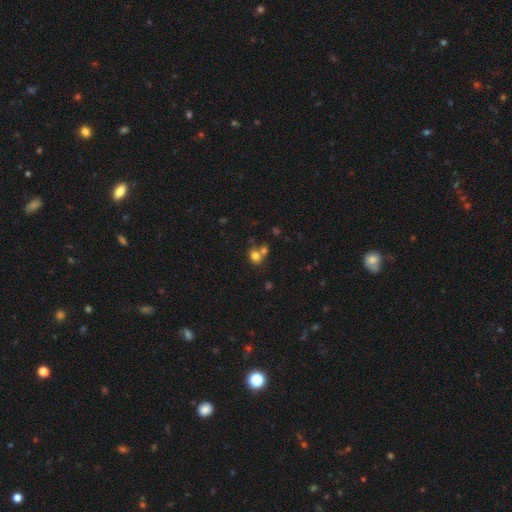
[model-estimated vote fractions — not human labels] smooth-or-featured: smooth: 77% | star or artifact: 13% | featured or disk: 10%
  how-rounded: round: 62% | in between: 37% | cigar-shaped: 1%
  merging: none: 48% | merger: 39% | minor disturbance: 9% | major disturbance: 4%